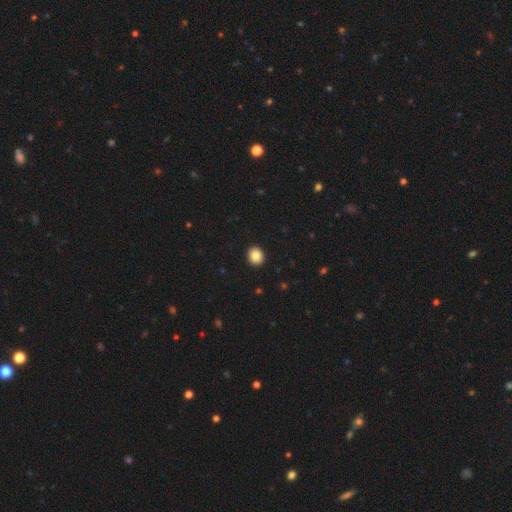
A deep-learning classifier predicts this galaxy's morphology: Smooth or featured?
  - smooth: 85% *
  - star or artifact: 9%
  - featured or disk: 6%
How rounded?
  - round: 79% *
  - in between: 20%
  - cigar-shaped: 1%
Merging?
  - none: 93% *
  - minor disturbance: 5%
  - major disturbance: 1%
  - merger: 1%